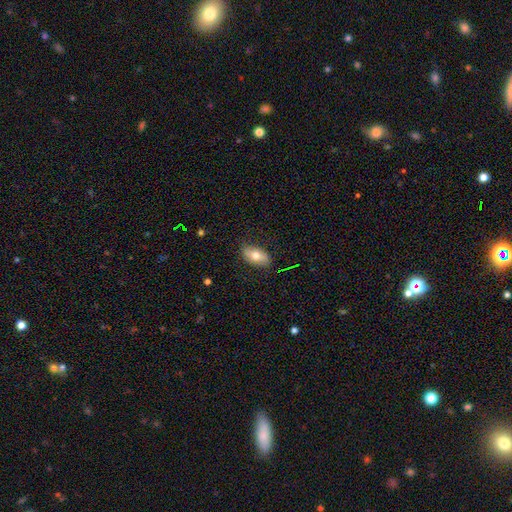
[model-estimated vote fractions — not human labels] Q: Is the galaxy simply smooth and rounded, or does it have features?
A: smooth — 68%.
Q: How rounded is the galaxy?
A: in between — 91%.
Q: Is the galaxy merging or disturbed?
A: none — 83%.